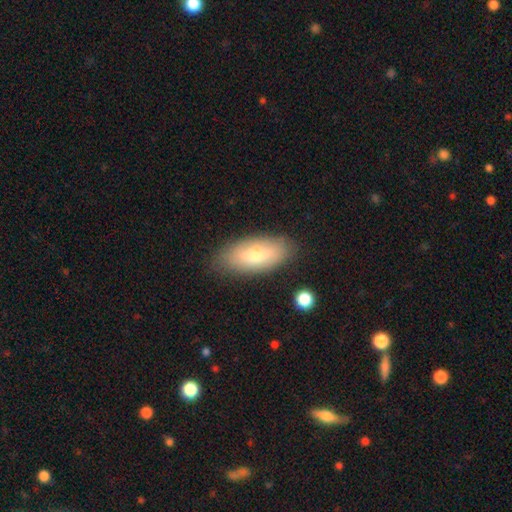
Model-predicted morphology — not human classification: smooth 63%, featured or disk 29%, star or artifact 7%. Down the decision tree: how rounded — in between (88%); merging — none (78%).